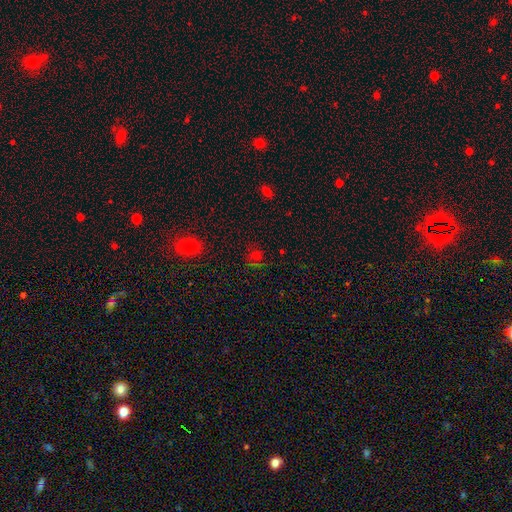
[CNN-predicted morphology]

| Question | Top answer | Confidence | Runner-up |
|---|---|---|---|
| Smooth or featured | smooth | 49% | star or artifact (43%) |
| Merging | none | 71% | minor disturbance (15%) |